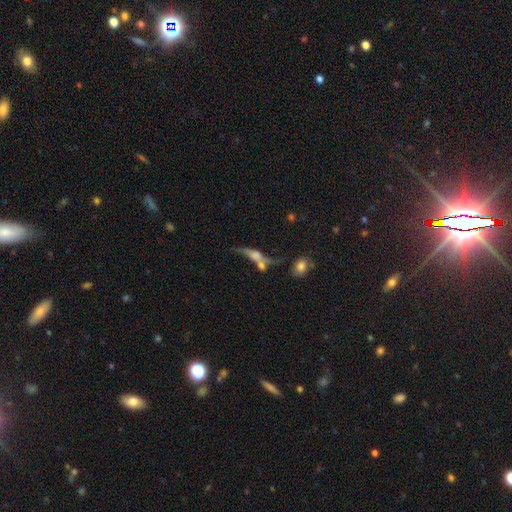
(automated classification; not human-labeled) Overall: featured or disk (56%; smooth 31%). Edge-on disk: yes (57%; no 43%). Merging: merger (35%; none 33%).